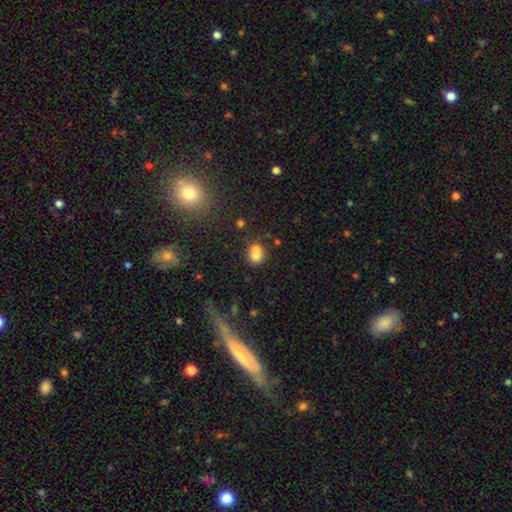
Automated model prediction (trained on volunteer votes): smooth-or-featured: smooth: 69% | featured or disk: 18% | star or artifact: 13%
  how-rounded: round: 73% | in between: 26% | cigar-shaped: 1%
  merging: merger: 56% | none: 32% | minor disturbance: 8% | major disturbance: 4%